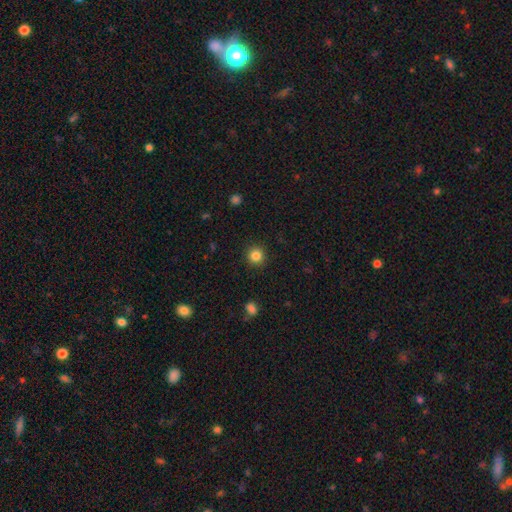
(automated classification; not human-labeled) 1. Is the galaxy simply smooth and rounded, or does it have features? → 84% smooth, 11% star or artifact, 4% featured or disk.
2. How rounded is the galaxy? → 94% round, 5% in between, 1% cigar-shaped.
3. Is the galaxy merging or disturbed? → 92% none, 5% minor disturbance, 2% major disturbance, 1% merger.